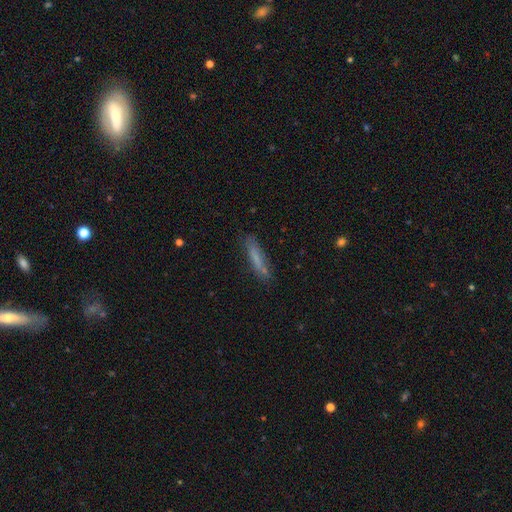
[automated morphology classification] Q: Smooth or featured?
A: smooth (68%); runner-up: featured or disk (23%)
Q: How rounded?
A: cigar-shaped (89%); runner-up: in between (10%)
Q: Merging?
A: none (78%); runner-up: minor disturbance (16%)